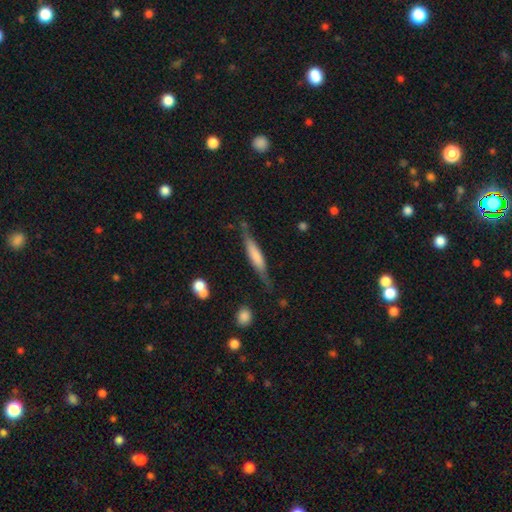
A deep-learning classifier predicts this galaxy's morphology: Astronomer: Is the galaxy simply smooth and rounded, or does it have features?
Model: smooth — 54% (runner-up: featured or disk, 40%).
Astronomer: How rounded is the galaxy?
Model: cigar-shaped — 85%.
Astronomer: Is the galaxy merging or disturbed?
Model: none — 74%.